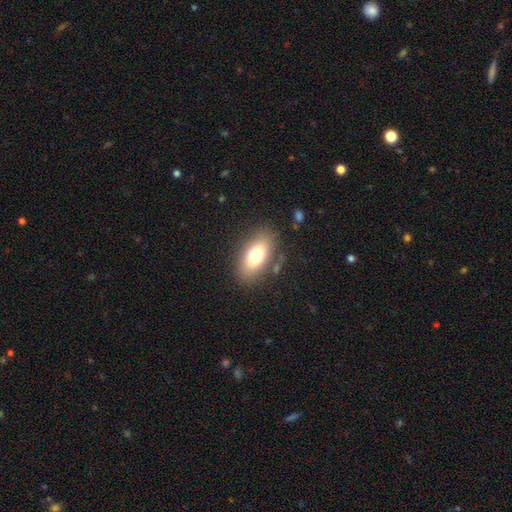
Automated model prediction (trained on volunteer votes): Overall: smooth (74%). How rounded: in between (89%). Merging: none (81%).